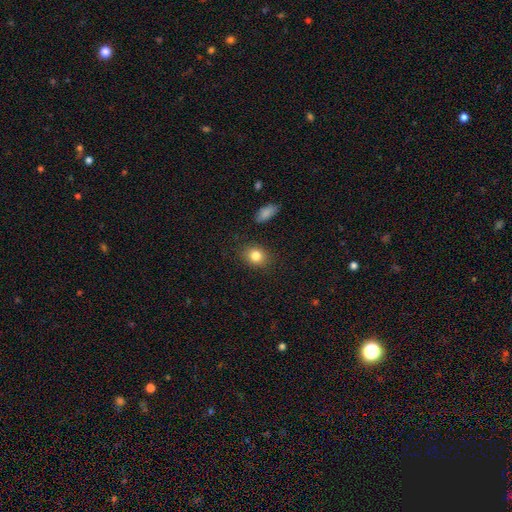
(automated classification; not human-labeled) Smooth or featured? Predicted: smooth (p=0.83). How rounded? Predicted: round (p=0.54). Merging? Predicted: none (p=0.86).